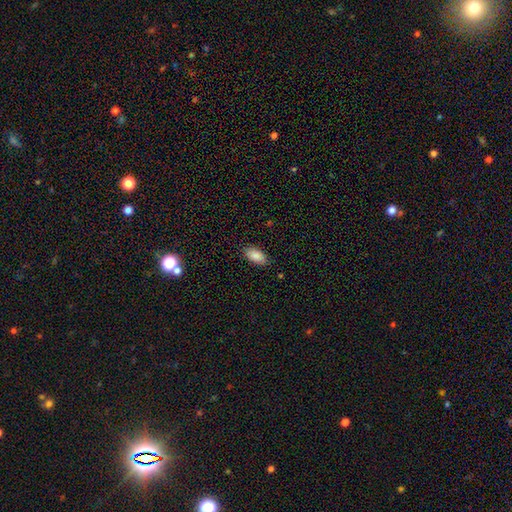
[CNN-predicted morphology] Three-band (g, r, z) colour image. It shows a smooth galaxy with no disk features (88%) that is in between round and cigar-shaped (92%). Merging: none (85%).